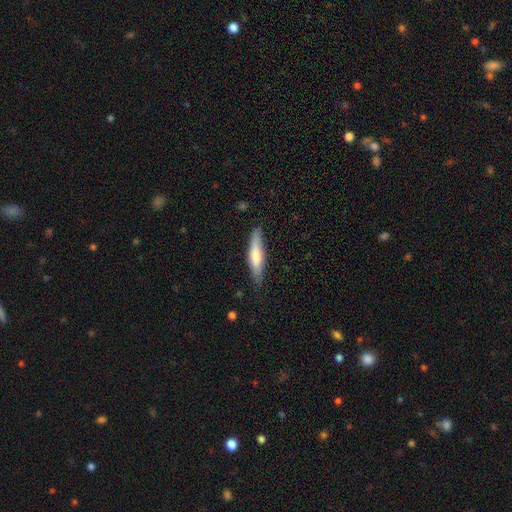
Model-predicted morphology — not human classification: Smooth or featured? smooth (62%)
How rounded? cigar-shaped (81%)
Merging? none (81%)